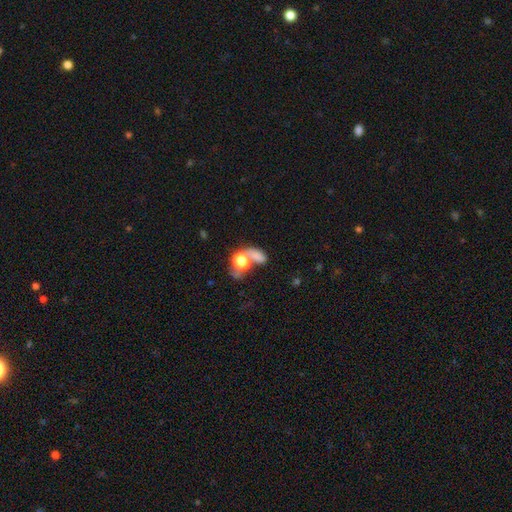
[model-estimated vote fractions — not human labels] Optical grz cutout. It shows a smooth galaxy with no disk features (67%) that is in between round and cigar-shaped (63%). Merging: merger (45%).